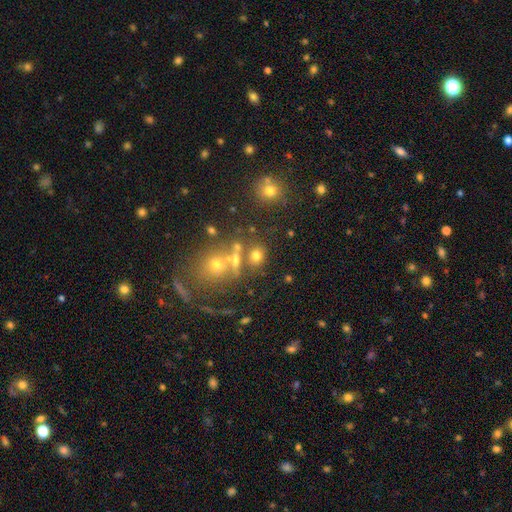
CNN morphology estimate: Smooth or featured? smooth (59%)
How rounded? round (63%)
Merging? none (59%)